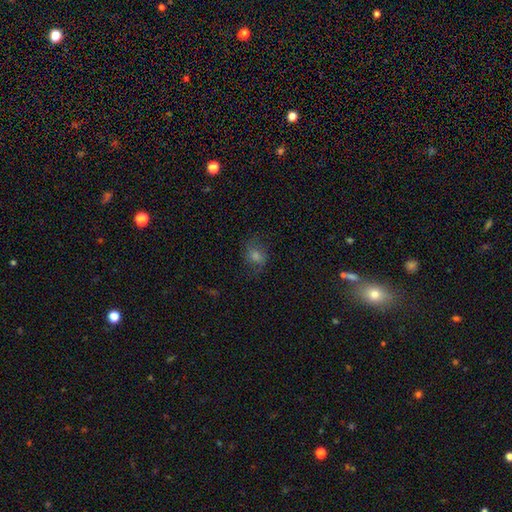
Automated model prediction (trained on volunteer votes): Overall: smooth (43%; featured or disk 32%). Merging: none (71%).